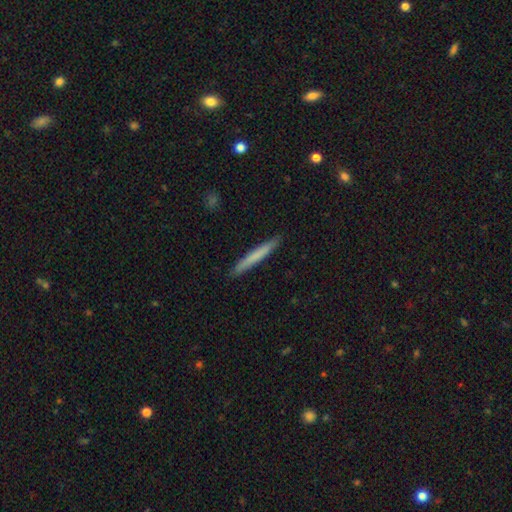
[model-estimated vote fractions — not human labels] Q: Smooth or featured?
A: smooth (68%); runner-up: featured or disk (26%)
Q: How rounded?
A: cigar-shaped (97%); runner-up: in between (2%)
Q: Merging?
A: none (91%); runner-up: minor disturbance (6%)